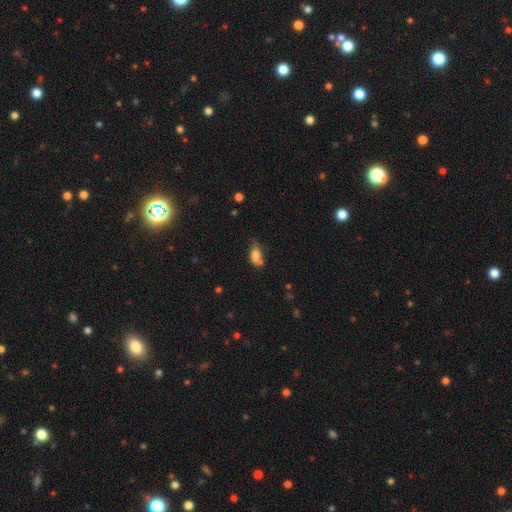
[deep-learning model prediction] This appears to be a smooth galaxy with no disk features (73%) that is in between round and cigar-shaped (86%). Merging: none (38%).